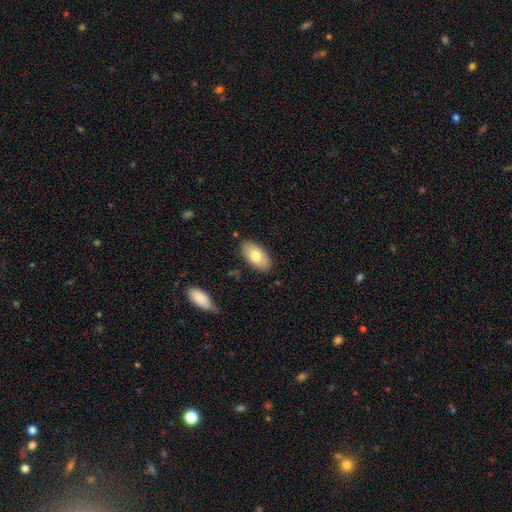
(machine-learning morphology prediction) Overall: smooth (73%). How rounded: in between (94%). Merging: none (85%).